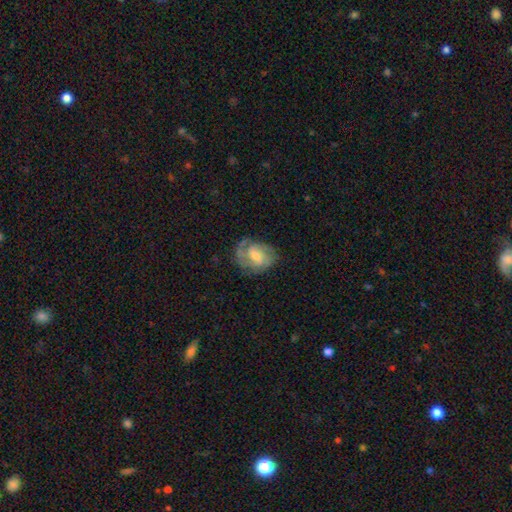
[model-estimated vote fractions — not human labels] A featured or disk galaxy (70%) with a weak bar (49%), 2 (53%) medium (44%) spiral arms (89%) and a moderate central bulge (46%).

Vote fractions:
- Smooth or featured? featured or disk: 70% / smooth: 23% / star or artifact: 6%
- Edge-on disk? no: 97% / yes: 3%
- Bar? weak: 49% / no: 39% / strong: 12%
- Spiral arms? yes: 89% / no: 11%
- Spiral winding? medium: 44% / tight: 40% / loose: 16%
- Spiral arm count? 2: 53% / can't tell: 21% / 3: 12% / 1: 9% / 4: 3% / more than 4: 2%
- Bulge size? moderate: 46% / small: 42% / large: 6% / none: 5% / dominant: 1%
- Merging? none: 63% / minor disturbance: 23% / major disturbance: 13% / merger: 2%